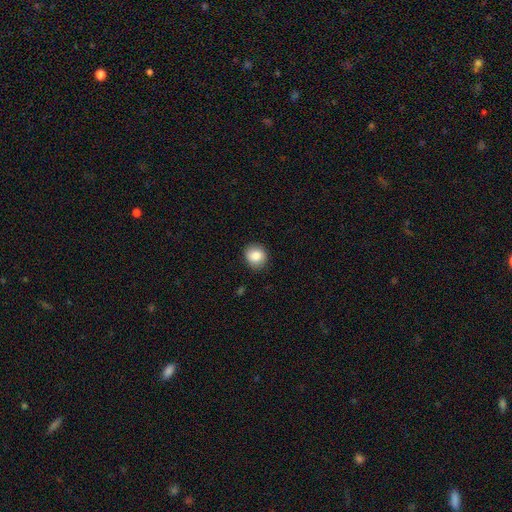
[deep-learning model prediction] This is clearly a smooth galaxy (85%). How rounded: clearly round (83%). Merging: clearly none (88%).